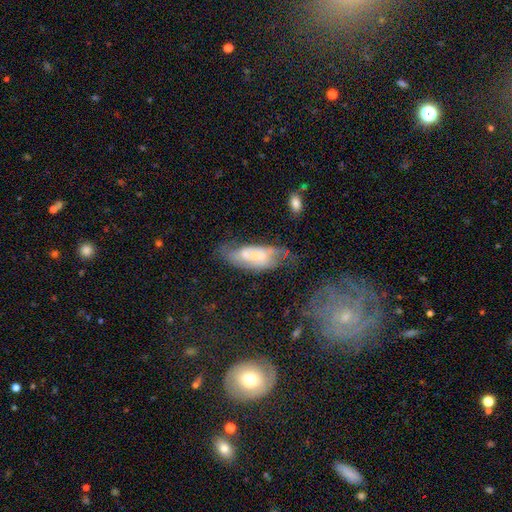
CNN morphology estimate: This is possibly a featured or disk galaxy (55%). It is clearly not viewed edge-on (83%). Merging: marginally none (42%).